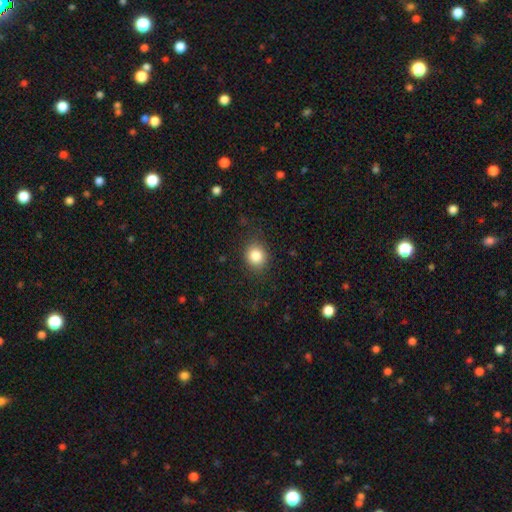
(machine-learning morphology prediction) smooth_or_featured: smooth (p=0.84) [alt: star or artifact p=0.10]
how_rounded: round (p=0.76) [alt: in between p=0.24]
merging: none (p=0.85) [alt: minor disturbance p=0.11]